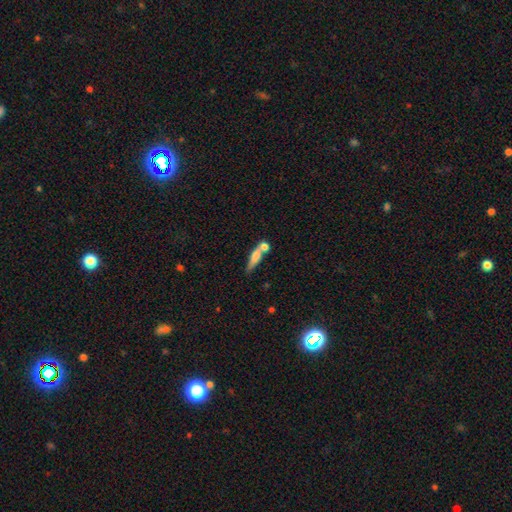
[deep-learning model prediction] The model was most divided on "merging": none: 44%, merger: 37%, minor disturbance: 13%, major disturbance: 6%. More confident: how rounded — cigar-shaped (71%); smooth or featured — smooth (59%).